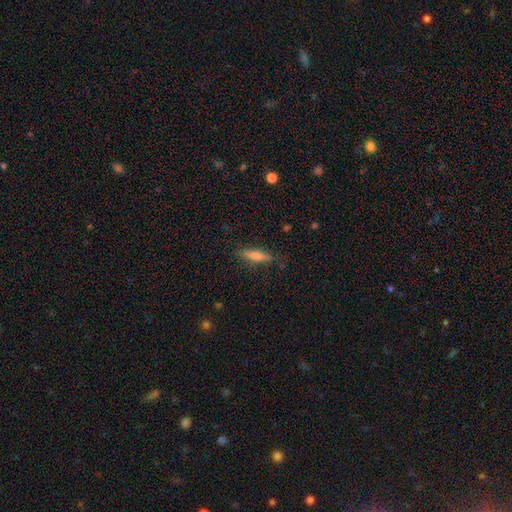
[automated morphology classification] Smooth or featured?
  - smooth: 65% *
  - featured or disk: 26%
  - star or artifact: 9%
How rounded?
  - cigar-shaped: 74% *
  - in between: 24%
  - round: 2%
Merging?
  - none: 83% *
  - minor disturbance: 13%
  - major disturbance: 3%
  - merger: 1%